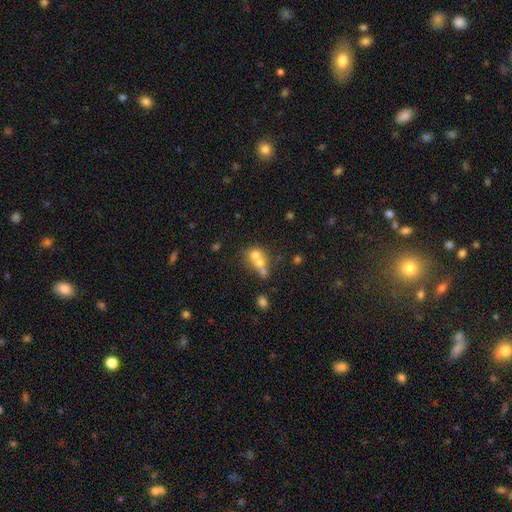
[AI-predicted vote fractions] Overall: smooth (61%; featured or disk 26%). How rounded: round (67%; in between 31%). Merging: merger (65%).